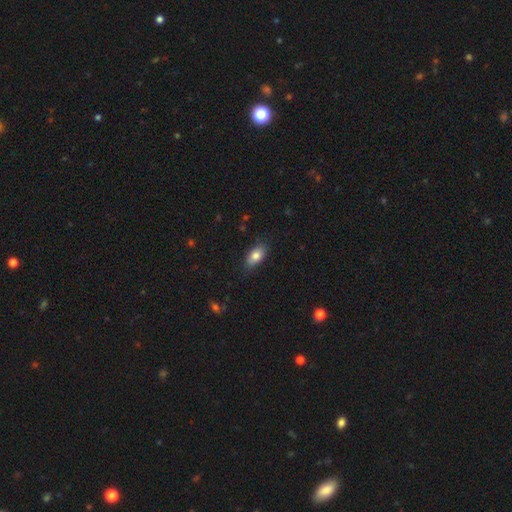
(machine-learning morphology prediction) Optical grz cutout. It shows a smooth galaxy with no disk features (80%) that is in between round and cigar-shaped (88%). Merging: none (80%).